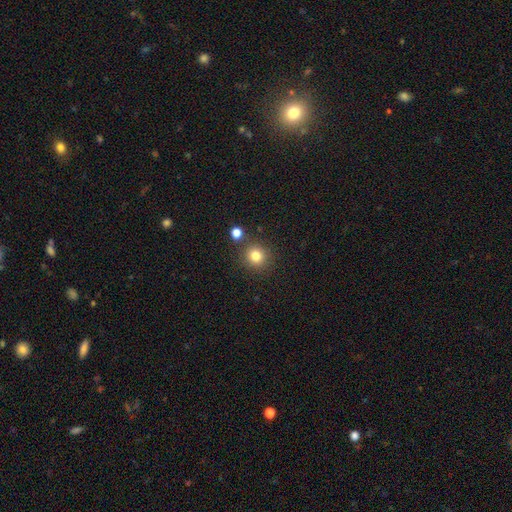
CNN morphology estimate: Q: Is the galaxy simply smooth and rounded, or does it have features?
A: smooth — 81%.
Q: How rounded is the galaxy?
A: round — 91%.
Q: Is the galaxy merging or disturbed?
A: none — 81%.